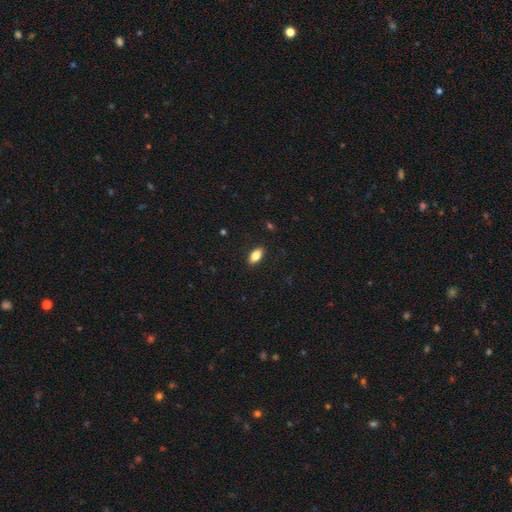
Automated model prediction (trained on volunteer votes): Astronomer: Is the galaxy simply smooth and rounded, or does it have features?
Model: smooth — 82%.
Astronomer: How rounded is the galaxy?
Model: in between — 90%.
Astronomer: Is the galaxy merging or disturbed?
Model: none — 89%.